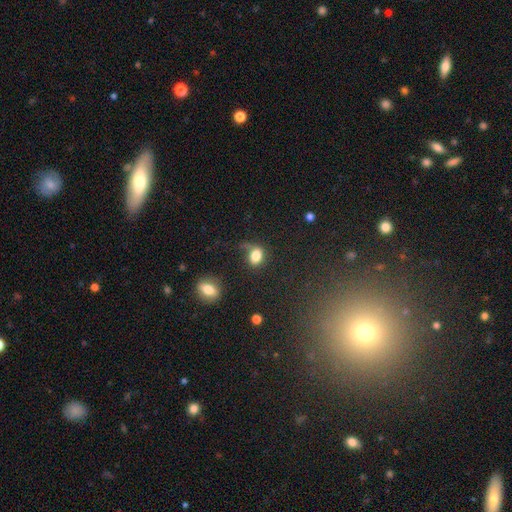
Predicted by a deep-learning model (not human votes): smooth-or-featured: smooth: 78% | featured or disk: 13% | star or artifact: 10%
  how-rounded: in between: 59% | round: 39% | cigar-shaped: 2%
  merging: none: 39% | major disturbance: 27% | minor disturbance: 27% | merger: 8%